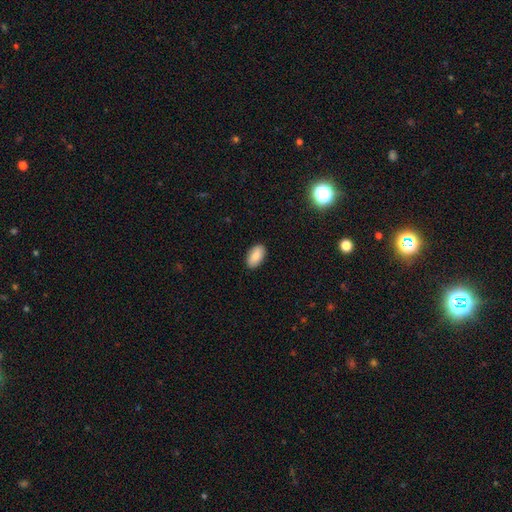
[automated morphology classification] This is clearly a smooth galaxy (86%). How rounded: clearly in between (94%). Merging: clearly none (89%).